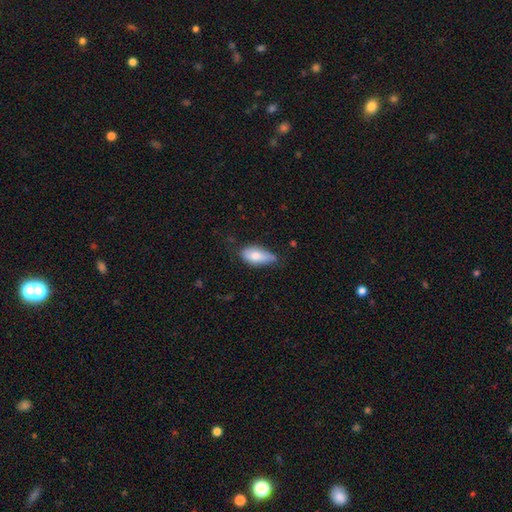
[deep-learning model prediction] Smooth or featured?
  - smooth: 75% *
  - featured or disk: 18%
  - star or artifact: 7%
How rounded?
  - in between: 88% *
  - cigar-shaped: 8%
  - round: 3%
Merging?
  - none: 49% *
  - minor disturbance: 40%
  - major disturbance: 9%
  - merger: 3%